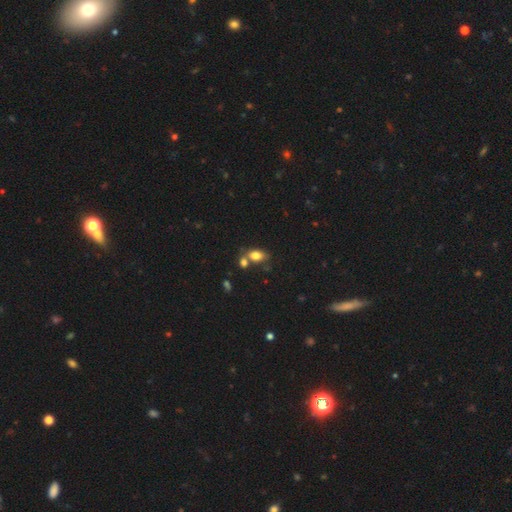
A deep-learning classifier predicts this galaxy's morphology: type=smooth (79%); roundness=in between (83%); merging=none (50%).